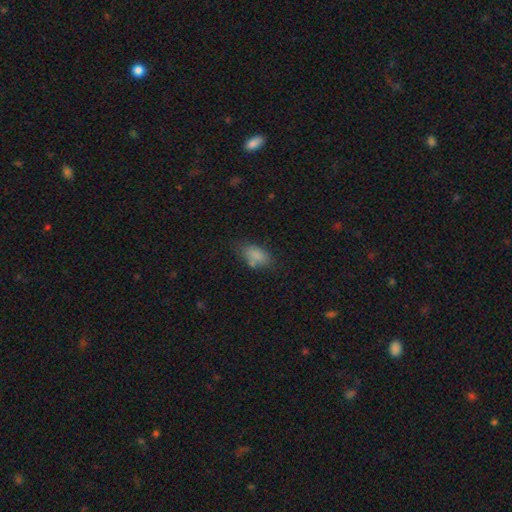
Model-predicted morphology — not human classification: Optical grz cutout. It shows a smooth galaxy with no disk features (81%) that is in between round and cigar-shaped (90%). Merging: none (61%).